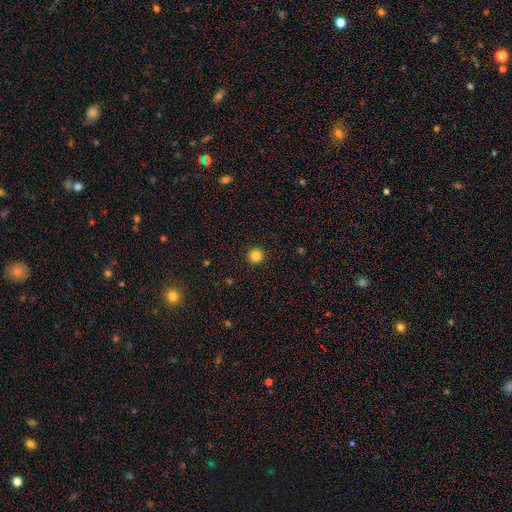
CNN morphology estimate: The model was most divided on "smooth or featured": smooth: 84%, star or artifact: 12%, featured or disk: 4%. More confident: how rounded — round (96%); merging — none (93%).